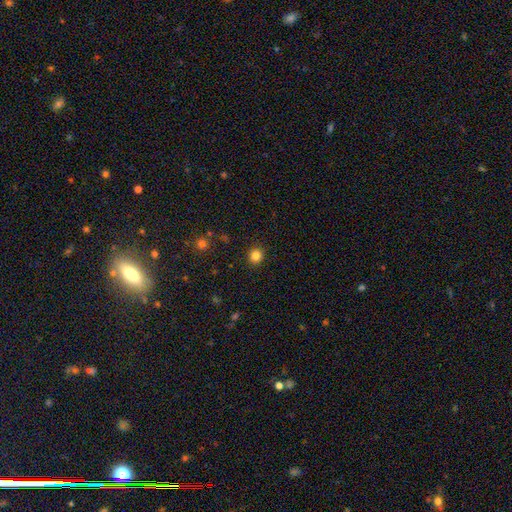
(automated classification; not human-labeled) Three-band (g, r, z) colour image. It shows a smooth galaxy with no disk features (84%) that is round (89%). Merging: none (92%).